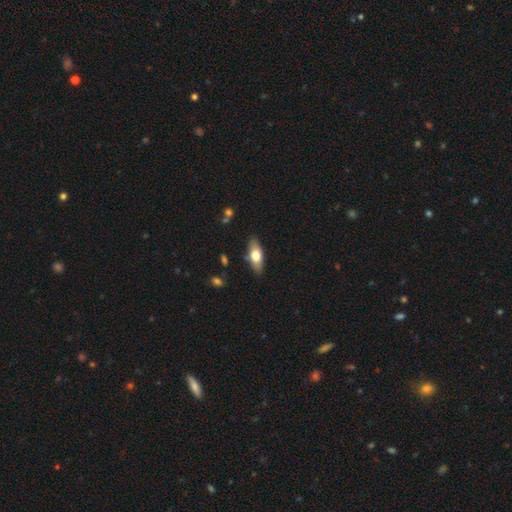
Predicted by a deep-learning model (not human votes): Q: Smooth or featured?
A: smooth (64%); runner-up: featured or disk (30%)
Q: How rounded?
A: in between (75%); runner-up: cigar-shaped (22%)
Q: Merging?
A: none (83%); runner-up: minor disturbance (12%)